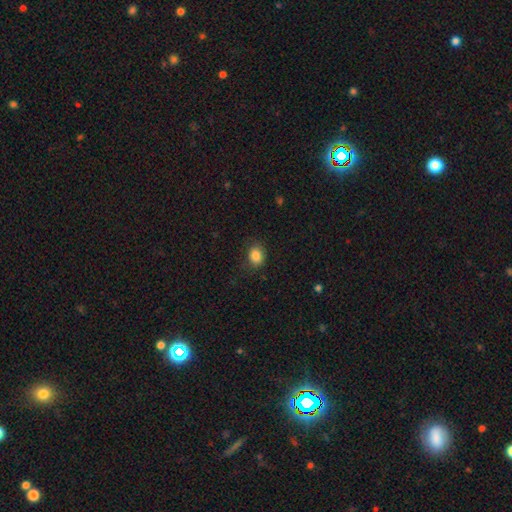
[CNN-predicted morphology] This is clearly a smooth galaxy (85%). How rounded: possibly in between (53%). Merging: likely none (78%).